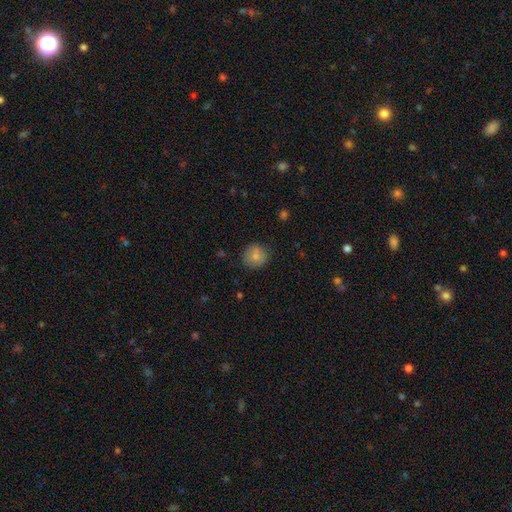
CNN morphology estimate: Q: Smooth or featured?
A: smooth (79%); runner-up: featured or disk (12%)
Q: How rounded?
A: round (87%); runner-up: in between (12%)
Q: Merging?
A: none (77%); runner-up: minor disturbance (14%)